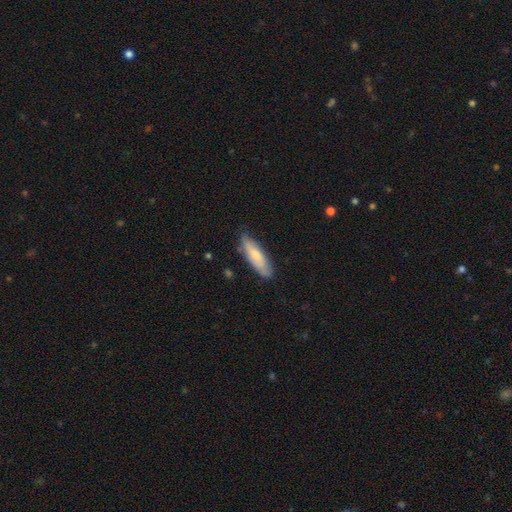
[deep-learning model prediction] smooth 69%, featured or disk 26%, star or artifact 5%. Down the decision tree: how rounded — cigar-shaped (54%); merging — none (78%).